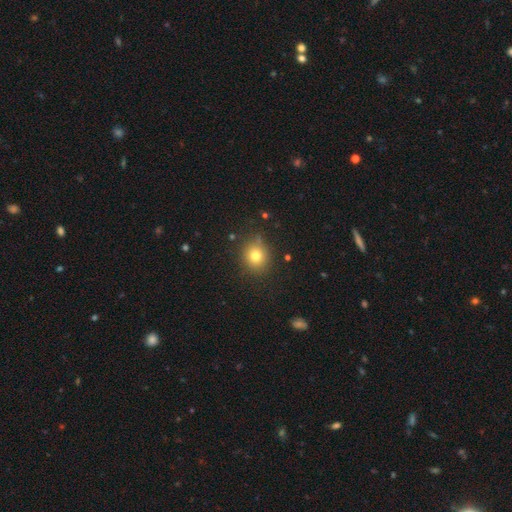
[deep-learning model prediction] smooth_or_featured: smooth (p=0.76) [alt: star or artifact p=0.15]
how_rounded: round (p=0.82) [alt: in between p=0.17]
merging: none (p=0.82) [alt: minor disturbance p=0.13]